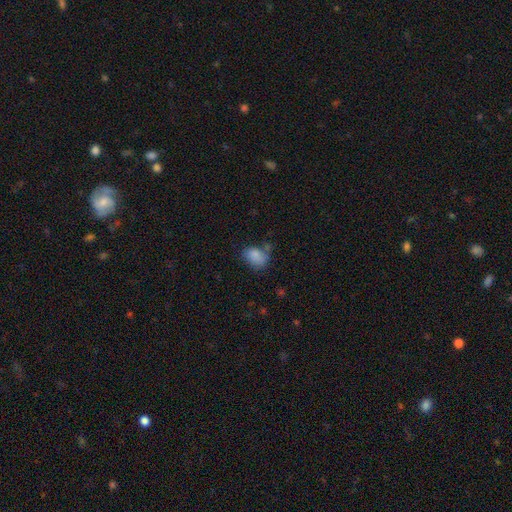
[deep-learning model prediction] smooth-or-featured: smooth: 83% | star or artifact: 9% | featured or disk: 8%
  how-rounded: in between: 77% | round: 21% | cigar-shaped: 1%
  merging: none: 51% | minor disturbance: 24% | merger: 14% | major disturbance: 11%